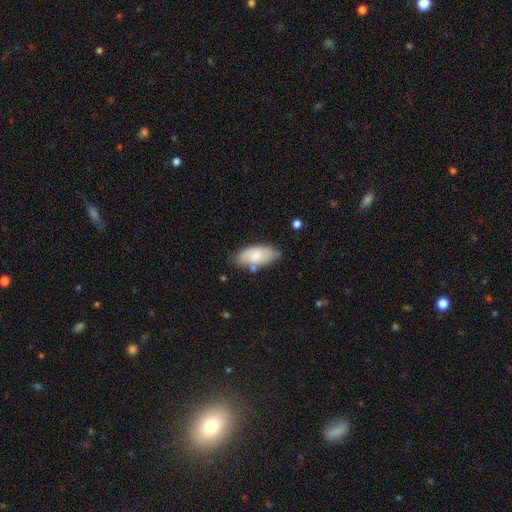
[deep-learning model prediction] Smooth or featured? smooth (75%)
How rounded? in between (92%)
Merging? none (70%)